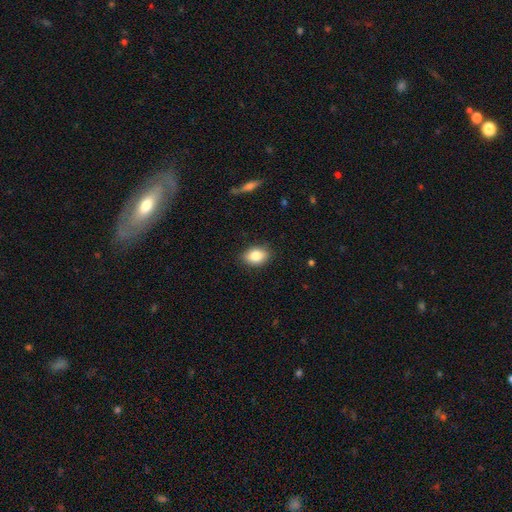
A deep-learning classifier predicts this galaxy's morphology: smooth_or_featured: smooth (p=0.84) [alt: star or artifact p=0.08]
how_rounded: in between (p=0.79) [alt: round p=0.20]
merging: none (p=0.86) [alt: minor disturbance p=0.10]